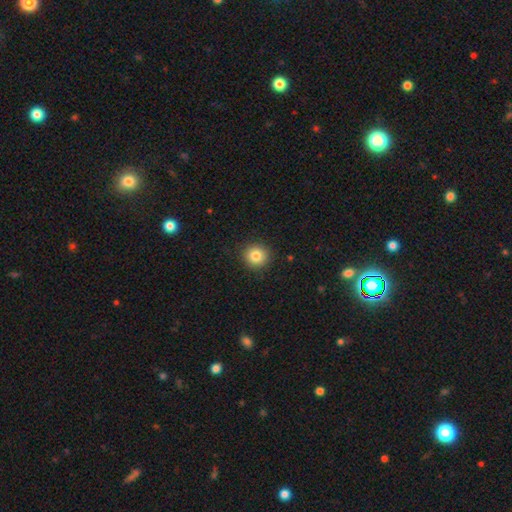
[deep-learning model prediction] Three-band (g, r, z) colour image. It shows a smooth galaxy with no disk features (83%) that is round (93%). Merging: none (91%).